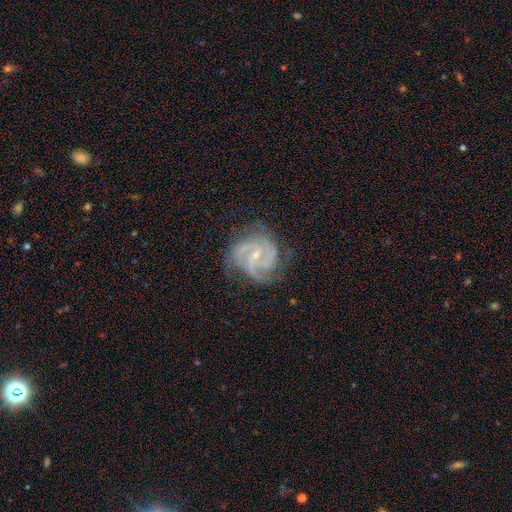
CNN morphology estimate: This is clearly a featured or disk galaxy (90%). It is clearly not viewed edge-on (98%). Bar: marginally weak (45%). Spiral arm pattern: clearly yes (98%). Spiral arm count: possibly 3 (49%). Spiral winding: possibly medium (47%). Central bulge: likely small (71%). Merging: likely none (69%).